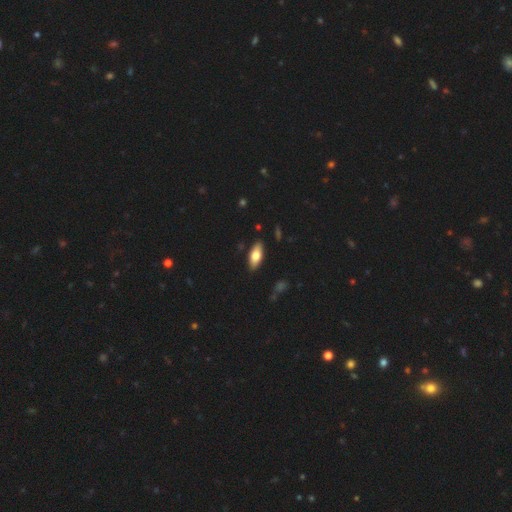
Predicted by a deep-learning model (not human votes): smooth-or-featured: smooth: 71% | featured or disk: 23% | star or artifact: 6%
  how-rounded: in between: 81% | cigar-shaped: 17% | round: 2%
  merging: none: 87% | minor disturbance: 10% | major disturbance: 2% | merger: 1%